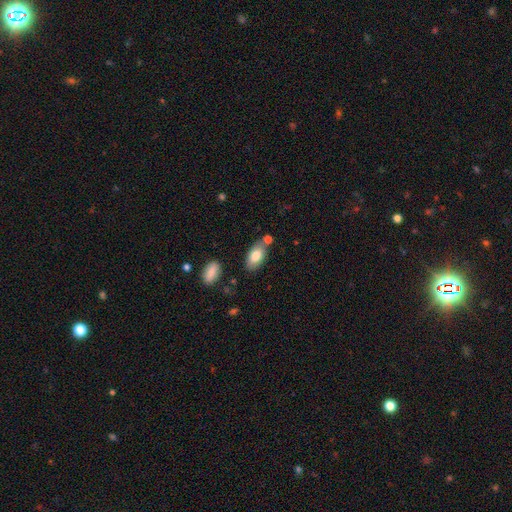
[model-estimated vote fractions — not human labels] The model was most divided on "merging": none: 67%, minor disturbance: 16%, merger: 14%, major disturbance: 4%. More confident: how rounded — in between (93%); smooth or featured — smooth (78%).